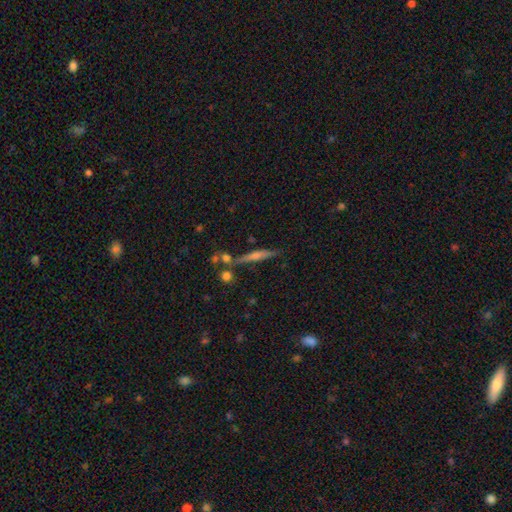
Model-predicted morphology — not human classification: featured or disk 61%, smooth 28%, star or artifact 10%. Down the decision tree: edge-on disk — yes (96%); edge-on bulge — rounded (68%); merging — none (78%).